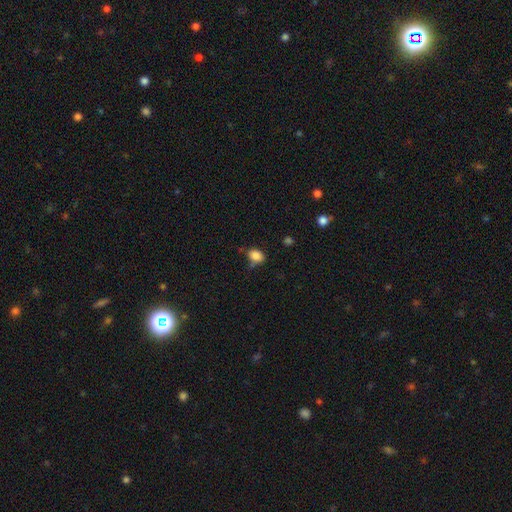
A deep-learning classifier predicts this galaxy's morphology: smooth_or_featured: smooth (p=0.85) [alt: star or artifact p=0.10]
how_rounded: in between (p=0.68) [alt: round p=0.30]
merging: none (p=0.56) [alt: minor disturbance p=0.31]